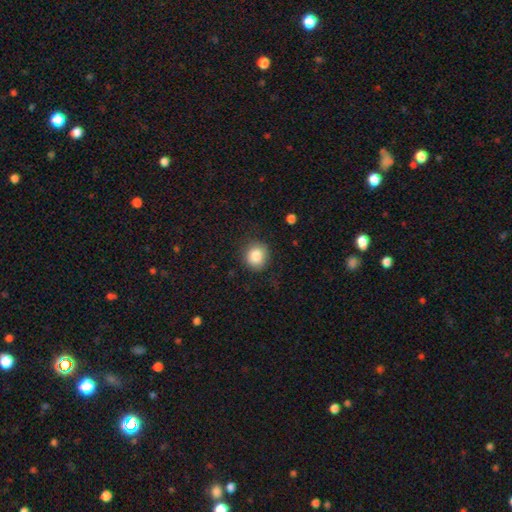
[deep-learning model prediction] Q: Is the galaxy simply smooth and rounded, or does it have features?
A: smooth — 85%.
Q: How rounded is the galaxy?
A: round — 82%.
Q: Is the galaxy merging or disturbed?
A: none — 84%.